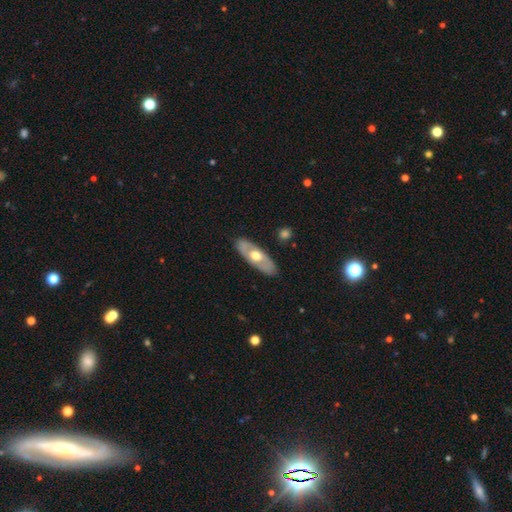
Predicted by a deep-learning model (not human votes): This appears to be a featured or disk galaxy (54%). Merging: none (86%).